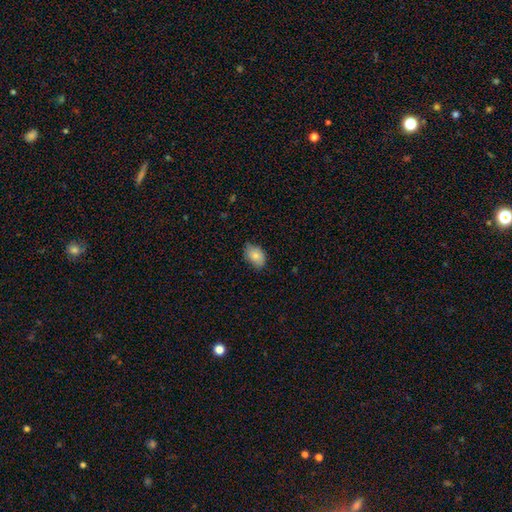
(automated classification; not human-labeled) Overall: smooth (81%). How rounded: in between (83%). Merging: none (68%; minor disturbance 28%).